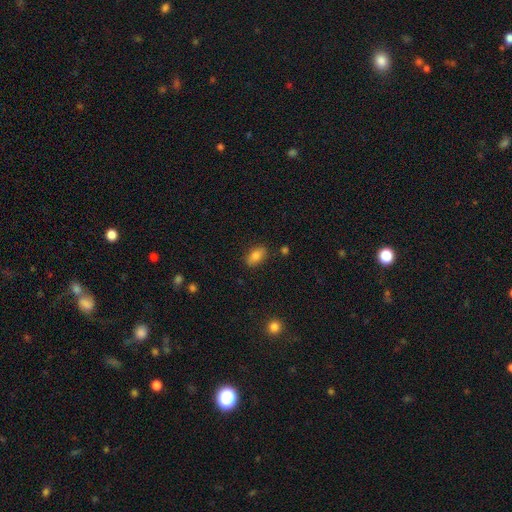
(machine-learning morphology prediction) A smooth galaxy with no disk features (82%) that is in between round and cigar-shaped (90%). Merging: none (85%).